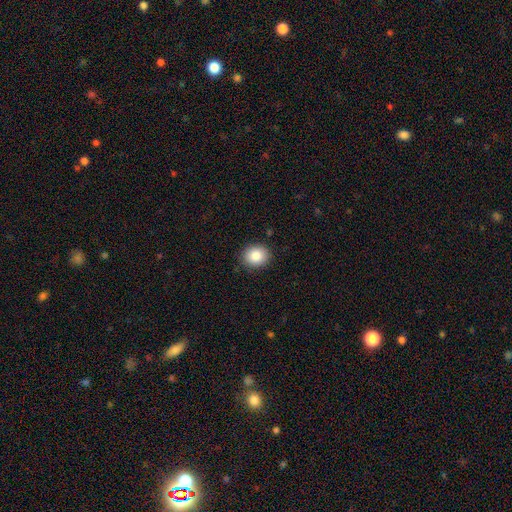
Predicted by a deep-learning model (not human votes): Overall: smooth (87%). How rounded: round (67%; in between 33%). Merging: none (88%).